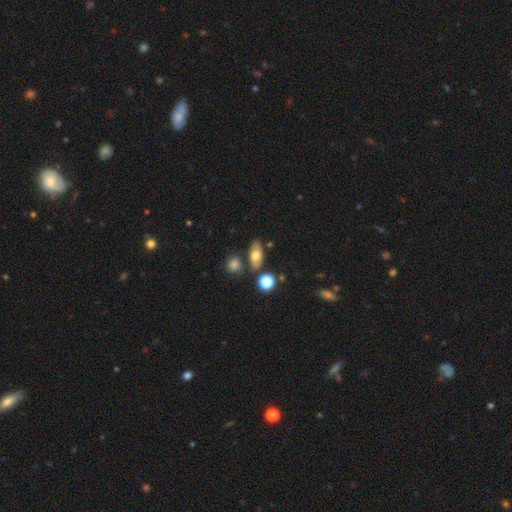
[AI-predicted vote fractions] Overall: smooth (67%). How rounded: in between (81%). Merging: none (75%).